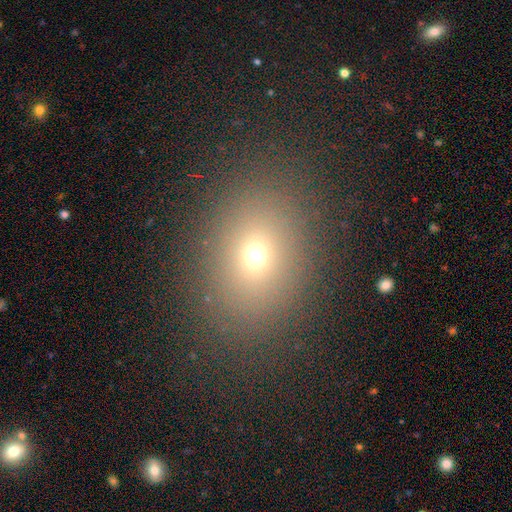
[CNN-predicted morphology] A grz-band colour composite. It shows a smooth galaxy with no disk features (67%) that is in between round and cigar-shaped (56%). Merging: none (86%).